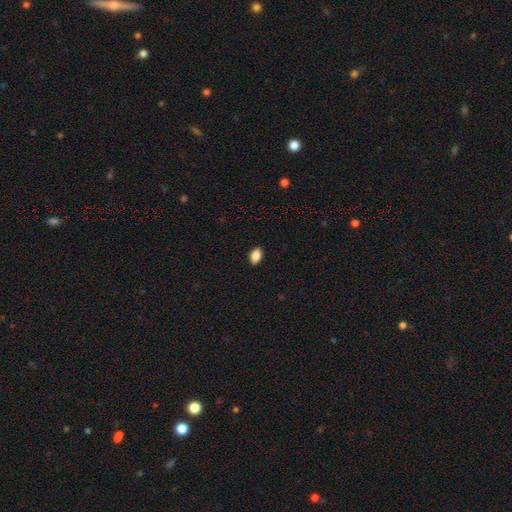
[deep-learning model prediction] Smooth or featured? smooth (87%)
How rounded? in between (89%)
Merging? none (90%)